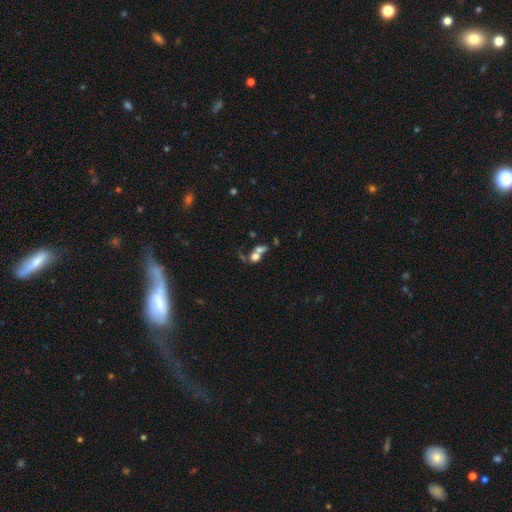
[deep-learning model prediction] smooth 62%, featured or disk 21%, star or artifact 17%. Down the decision tree: how rounded — round (60%); merging — merger (59%).